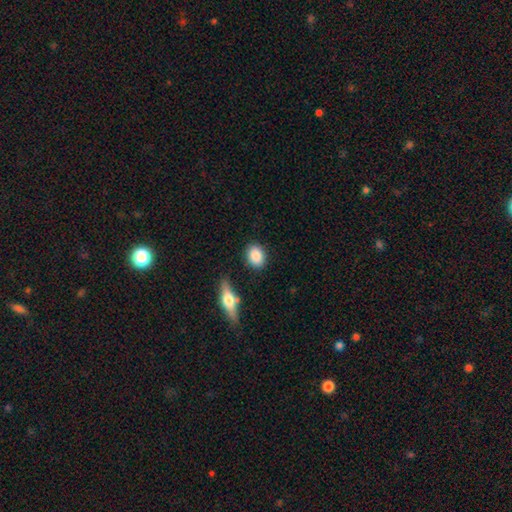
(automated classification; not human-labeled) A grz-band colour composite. It shows a smooth galaxy with no disk features (86%) that is in between round and cigar-shaped (57%). Merging: none (84%).